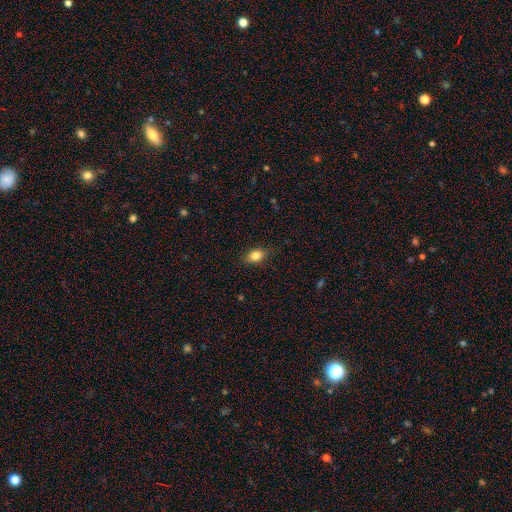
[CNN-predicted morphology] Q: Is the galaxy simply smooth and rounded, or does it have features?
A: smooth — 82%.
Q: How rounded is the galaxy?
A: in between — 77%.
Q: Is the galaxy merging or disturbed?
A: none — 84%.